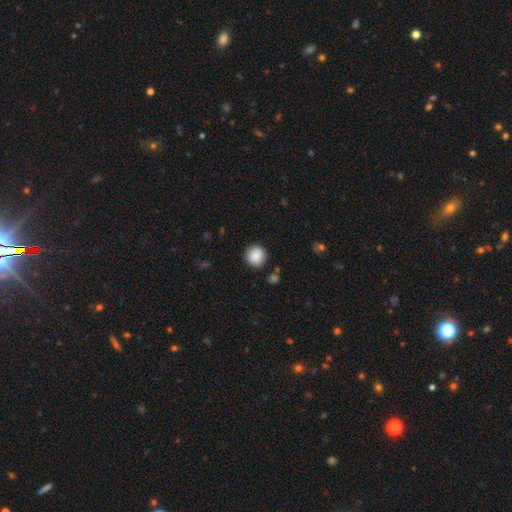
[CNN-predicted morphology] A smooth galaxy with no disk features (88%) that is round (94%). Merging: none (89%).